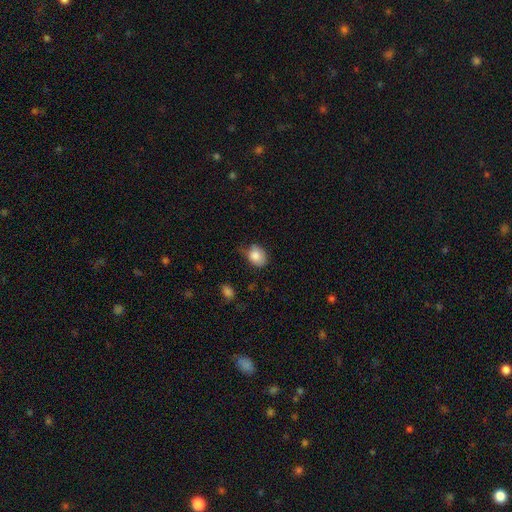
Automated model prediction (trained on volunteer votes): Smooth or featured? smooth (85%)
How rounded? in between (63%)
Merging? none (52%)